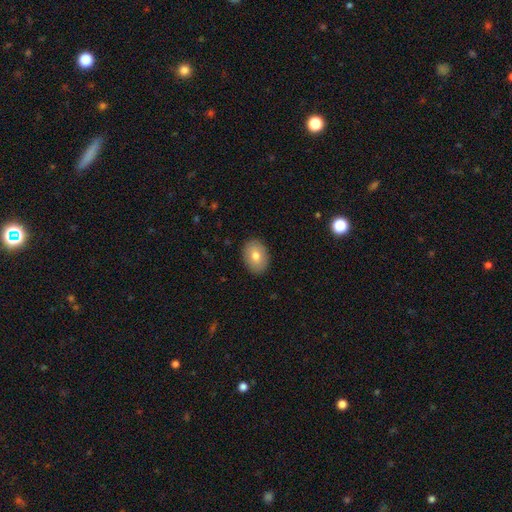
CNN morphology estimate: A smooth galaxy with no disk features (77%) that is in between round and cigar-shaped (75%). Merging: none (89%).